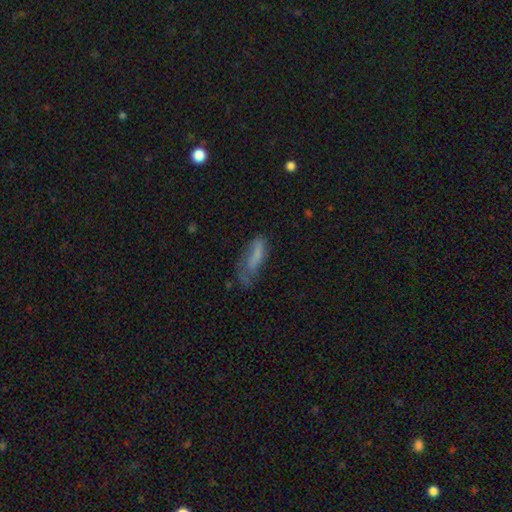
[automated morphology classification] Smooth or featured: smooth — 60% (featured or disk — 29%)
How rounded: in between — 59% (cigar-shaped — 39%)
Merging: none — 35% (major disturbance — 31%)